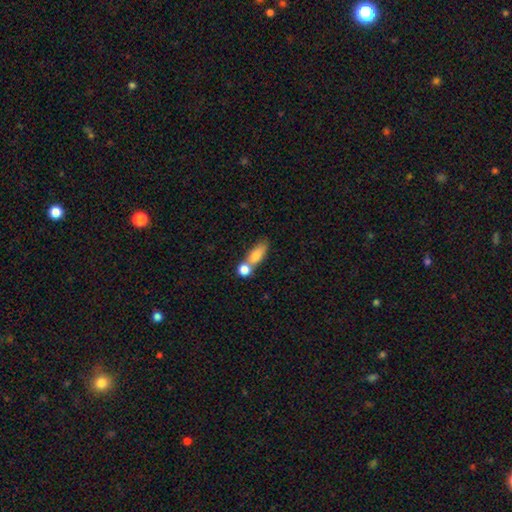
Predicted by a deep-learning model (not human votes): smooth-or-featured: smooth: 77% | featured or disk: 14% | star or artifact: 9%
  how-rounded: in between: 63% | cigar-shaped: 23% | round: 14%
  merging: merger: 48% | none: 36% | minor disturbance: 11% | major disturbance: 6%